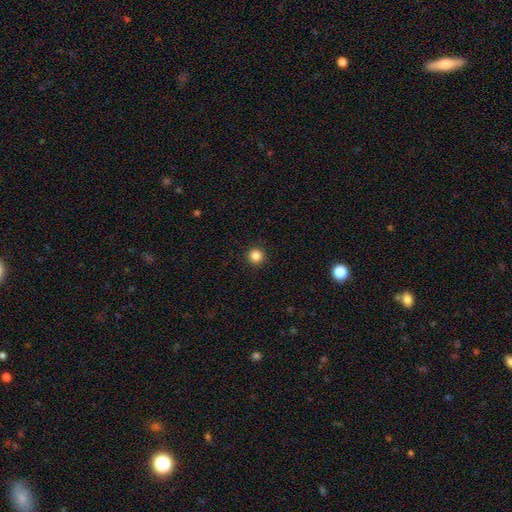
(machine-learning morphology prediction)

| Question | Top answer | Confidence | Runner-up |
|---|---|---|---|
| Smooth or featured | smooth | 85% | star or artifact (11%) |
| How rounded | round | 96% | in between (3%) |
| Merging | none | 93% | minor disturbance (4%) |